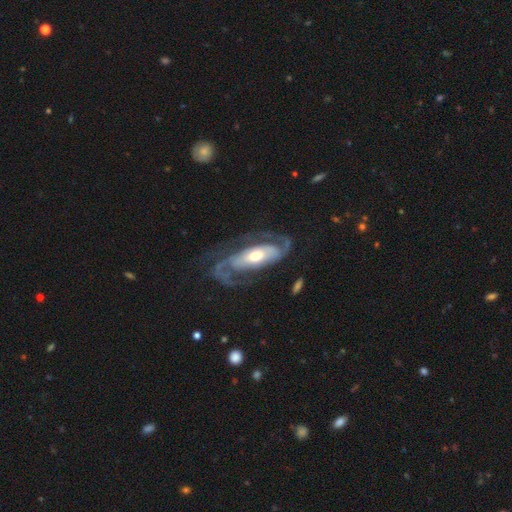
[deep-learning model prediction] Smooth or featured: featured or disk — 84% (smooth — 12%)
Edge-on disk: no — 92% (yes — 8%)
Bar: no — 55% (weak — 26%)
Spiral arms: yes — 91% (no — 9%)
Spiral winding: medium — 43% (loose — 29%)
Spiral arm count: 2 — 73% (can't tell — 10%)
Bulge size: moderate — 63% (large — 19%)
Merging: none — 56% (major disturbance — 25%)